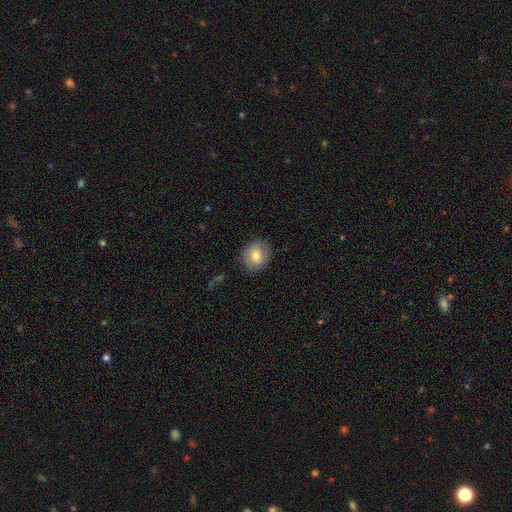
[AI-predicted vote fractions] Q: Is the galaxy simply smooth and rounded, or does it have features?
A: smooth — 72%.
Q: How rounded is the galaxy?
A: round — 71%.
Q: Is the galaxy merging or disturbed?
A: none — 84%.